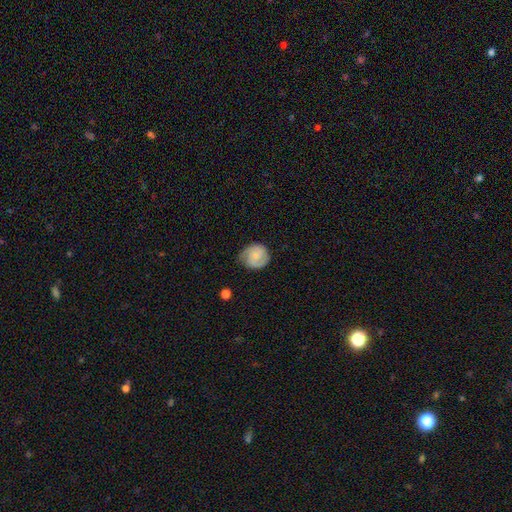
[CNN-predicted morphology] Q: Smooth or featured?
A: featured or disk (52%); runner-up: smooth (41%)
Q: Edge-on disk?
A: no (98%); runner-up: yes (2%)
Q: Bar?
A: no (66%); runner-up: weak (29%)
Q: Spiral arms?
A: yes (90%); runner-up: no (10%)
Q: Bulge size?
A: small (53%); runner-up: moderate (25%)
Q: Merging?
A: none (66%); runner-up: minor disturbance (26%)